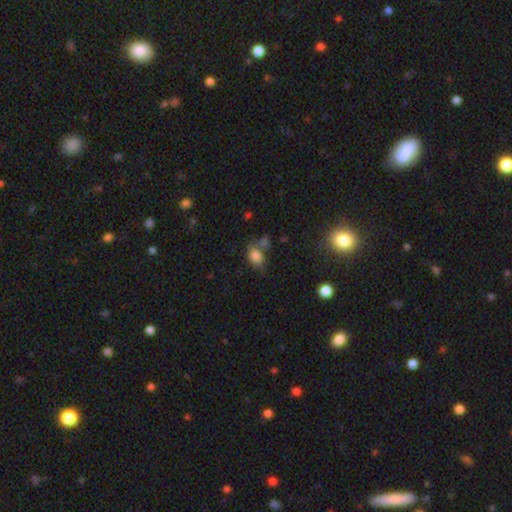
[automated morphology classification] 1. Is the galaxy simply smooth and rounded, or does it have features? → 77% smooth, 12% star or artifact, 11% featured or disk.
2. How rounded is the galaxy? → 70% in between, 28% round, 2% cigar-shaped.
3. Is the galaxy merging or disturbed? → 39% none, 24% merger, 23% minor disturbance, 14% major disturbance.